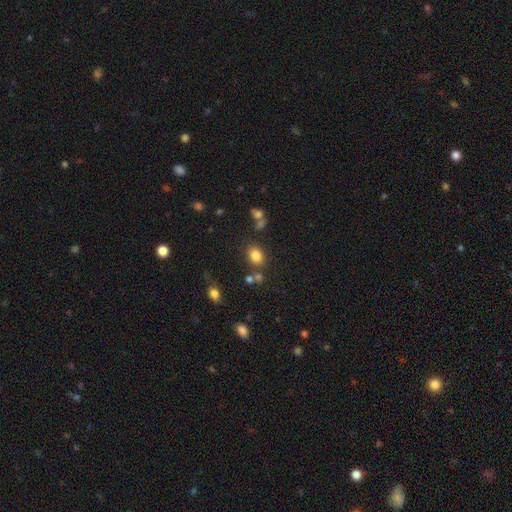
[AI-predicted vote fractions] Smooth or featured? Predicted: smooth (p=0.81). How rounded? Predicted: in between (p=0.55). Merging? Predicted: none (p=0.74).